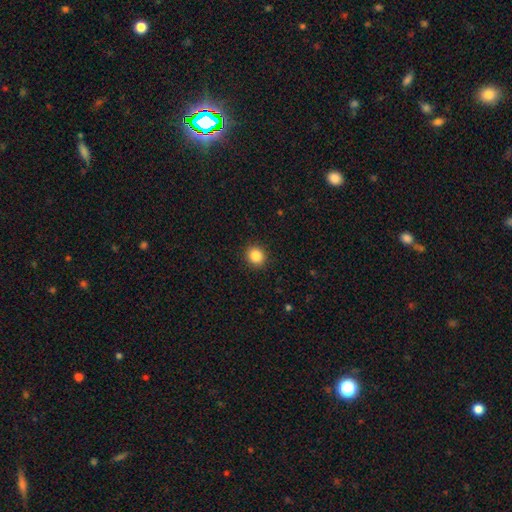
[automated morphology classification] Overall: smooth (86%). How rounded: round (85%). Merging: none (92%).